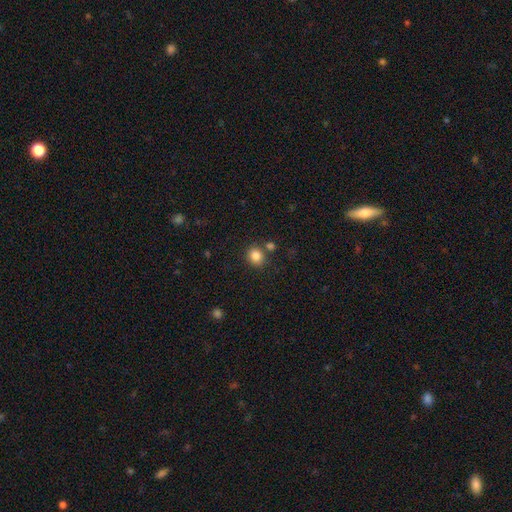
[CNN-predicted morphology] Smooth or featured? smooth (85%)
How rounded? round (79%)
Merging? none (77%)